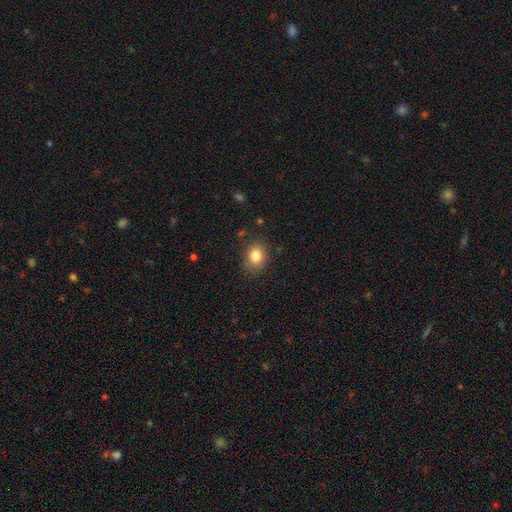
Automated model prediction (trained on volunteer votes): The model was most divided on "how rounded": in between: 54%, round: 45%, cigar-shaped: 1%. More confident: smooth or featured — smooth (83%); merging — none (82%).